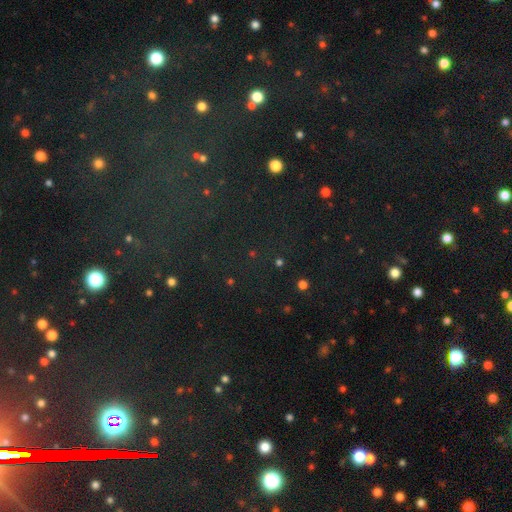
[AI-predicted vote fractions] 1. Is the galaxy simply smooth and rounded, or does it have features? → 76% star or artifact, 16% smooth, 8% featured or disk.